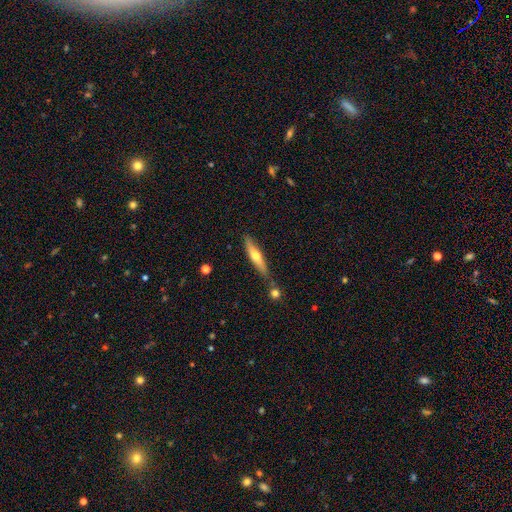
Morphology: type=featured or disk (51%); edge-on=yes (89%); edge-on bulge=rounded (82%); merging=none (50%).